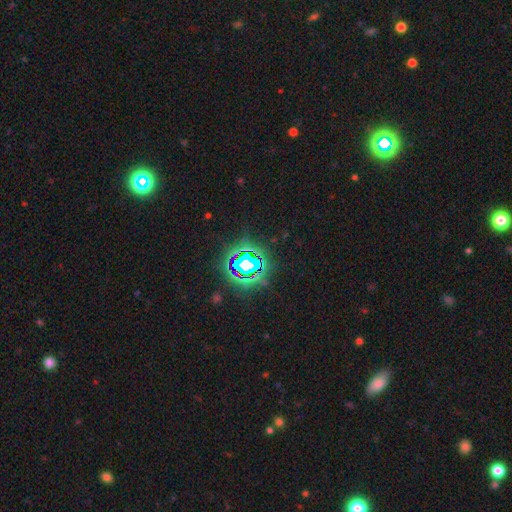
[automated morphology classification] Smooth or featured? star or artifact (78%)